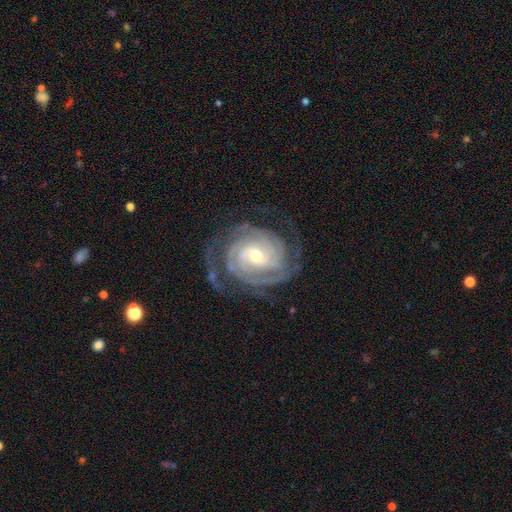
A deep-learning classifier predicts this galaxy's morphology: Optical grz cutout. It shows a featured or disk galaxy (91%) with no bar (53%), 2 (33%) tight (75%) spiral arms (98%) and a moderate central bulge (48%, tied with small). Merging: none (71%).